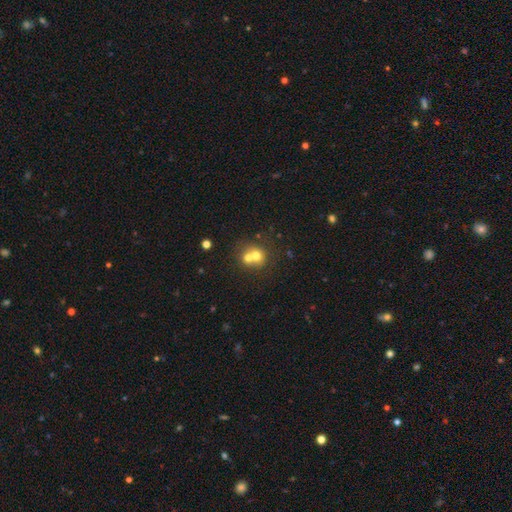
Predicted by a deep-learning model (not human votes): smooth 65%, featured or disk 22%, star or artifact 13%. Down the decision tree: how rounded — round (79%); merging — merger (58%).